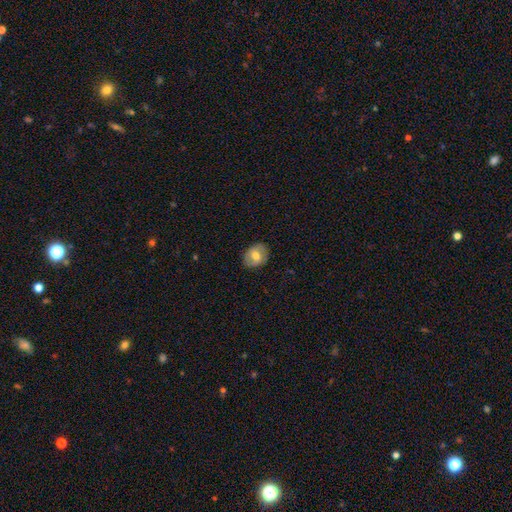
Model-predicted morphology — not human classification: Smooth or featured: smooth — 54% (featured or disk — 39%)
How rounded: in between — 55% (round — 44%)
Merging: none — 84% (minor disturbance — 12%)